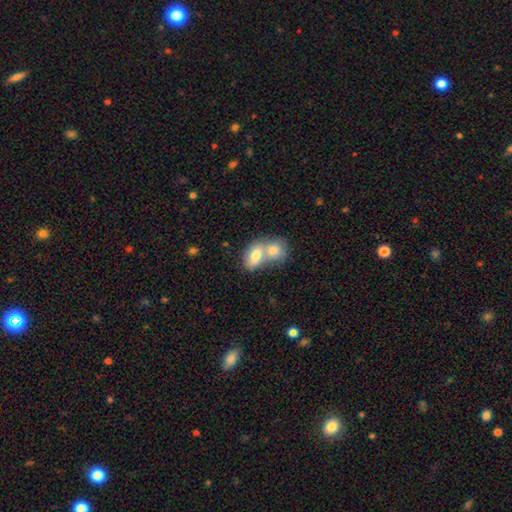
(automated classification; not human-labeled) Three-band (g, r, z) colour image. It shows a smooth galaxy with no disk features (76%) that is in between round and cigar-shaped (82%). Merging: merger (73%).